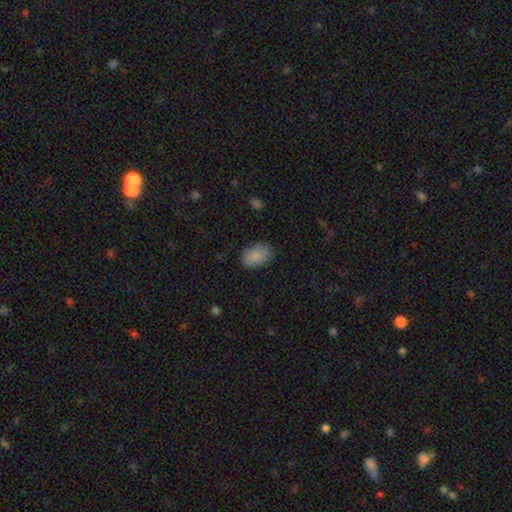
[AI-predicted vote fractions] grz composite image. It shows a smooth galaxy with no disk features (86%) that is in between round and cigar-shaped (86%). Merging: none (83%).